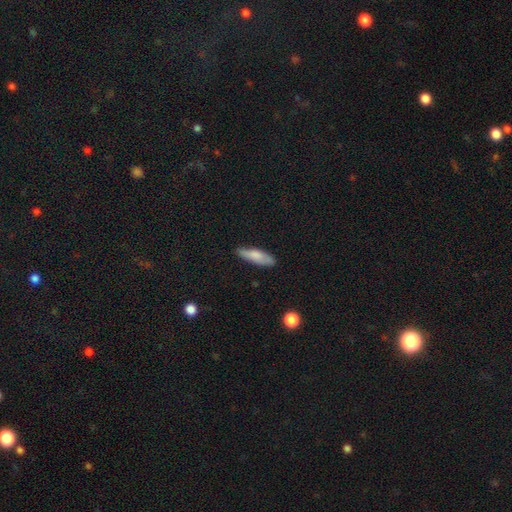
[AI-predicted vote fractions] A smooth galaxy with no disk features (78%) that is cigar-shaped (57%). Merging: none (80%).